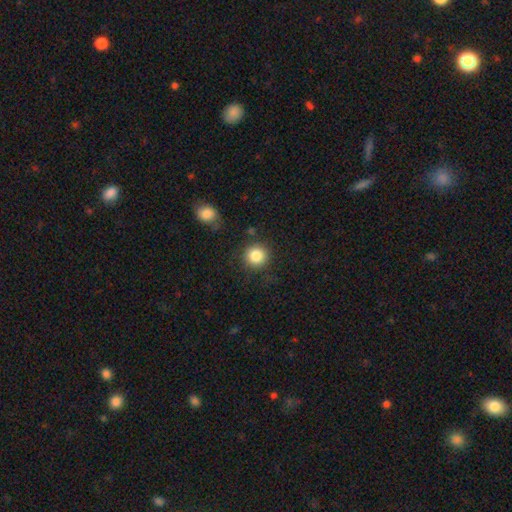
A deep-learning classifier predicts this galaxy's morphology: type=smooth (85%); roundness=round (93%); merging=none (85%).